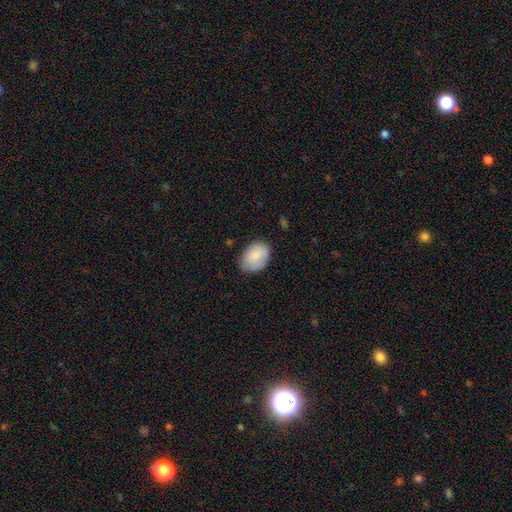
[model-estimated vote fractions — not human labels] This appears to be a smooth galaxy with no disk features (86%) that is in between round and cigar-shaped (76%). Merging: none (73%).